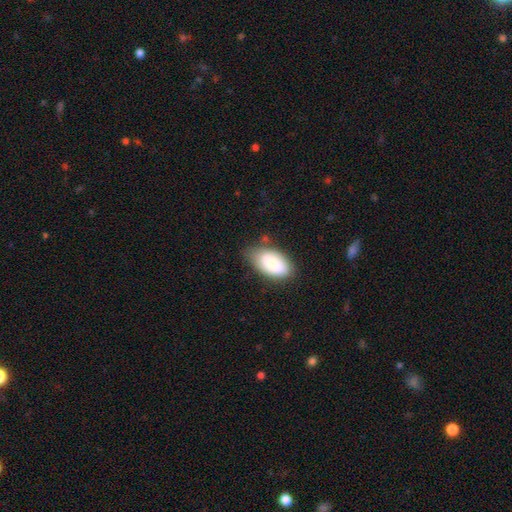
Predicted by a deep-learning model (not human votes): Morphology: type=smooth (76%); roundness=in between (93%); merging=none (66%).